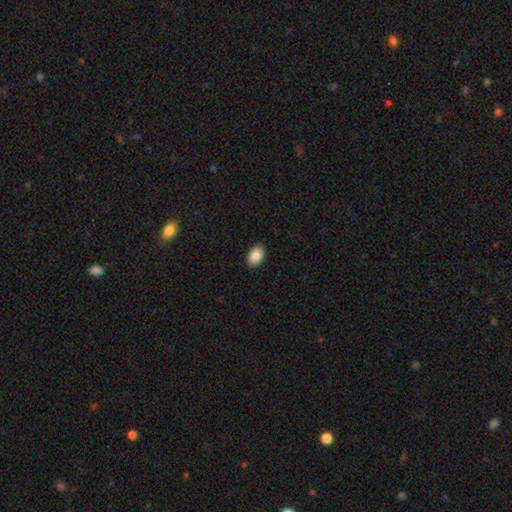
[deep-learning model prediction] A smooth galaxy with no disk features (88%) that is in between round and cigar-shaped (89%).

Vote fractions:
- Smooth or featured? smooth: 88% / star or artifact: 7% / featured or disk: 5%
- How rounded? in between: 89% / round: 10% / cigar-shaped: 1%
- Merging? none: 90% / minor disturbance: 8% / major disturbance: 2% / merger: 1%